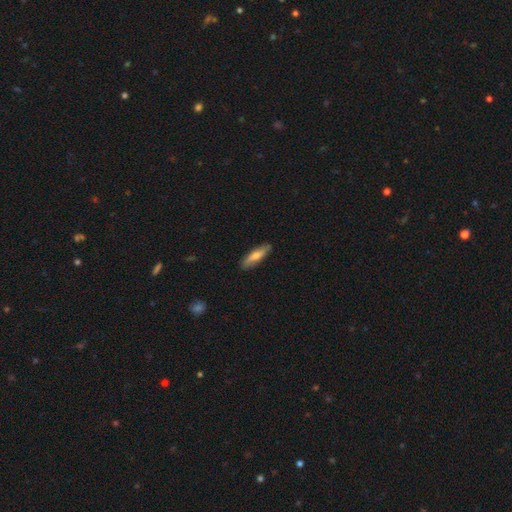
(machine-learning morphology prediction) smooth-or-featured: smooth: 60% | featured or disk: 34% | star or artifact: 6%
  how-rounded: cigar-shaped: 70% | in between: 28% | round: 2%
  merging: none: 86% | minor disturbance: 11% | major disturbance: 2% | merger: 1%